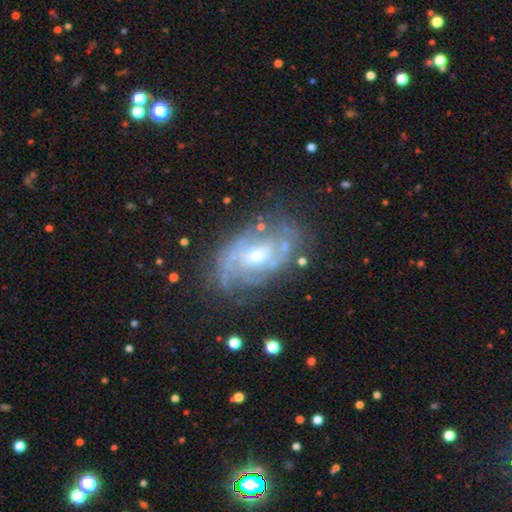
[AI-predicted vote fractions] This is clearly a featured or disk galaxy (84%). It is clearly not viewed edge-on (95%). Bar: marginally no (44%, tied with weak). Spiral arm pattern: clearly yes (89%). Spiral arm count: marginally can't tell (37%). Spiral winding: possibly tight (49%). Central bulge: likely moderate (62%). Merging: likely none (68%).